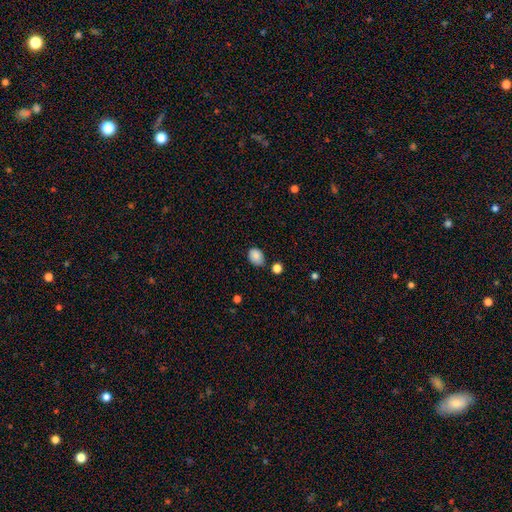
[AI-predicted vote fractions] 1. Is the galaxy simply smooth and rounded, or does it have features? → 86% smooth, 9% star or artifact, 5% featured or disk.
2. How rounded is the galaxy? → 72% in between, 27% round, 1% cigar-shaped.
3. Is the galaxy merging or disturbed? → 73% none, 19% minor disturbance, 5% merger, 4% major disturbance.